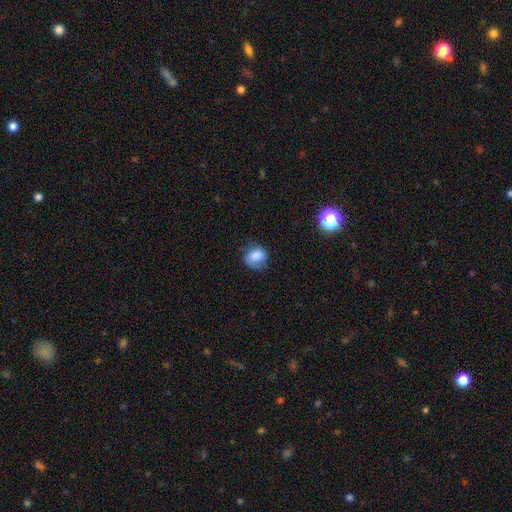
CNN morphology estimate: A smooth galaxy with no disk features (79%) that is round (63%). Merging: none (58%).